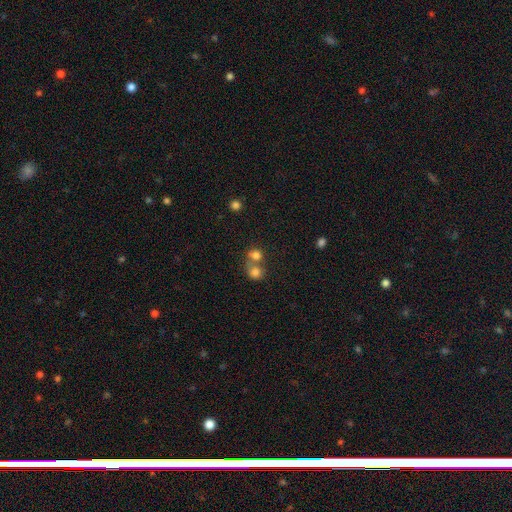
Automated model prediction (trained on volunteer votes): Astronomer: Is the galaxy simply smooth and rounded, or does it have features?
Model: smooth — 77%.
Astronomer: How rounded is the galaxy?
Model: round — 75%.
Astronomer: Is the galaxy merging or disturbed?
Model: merger — 57% (runner-up: none, 34%).